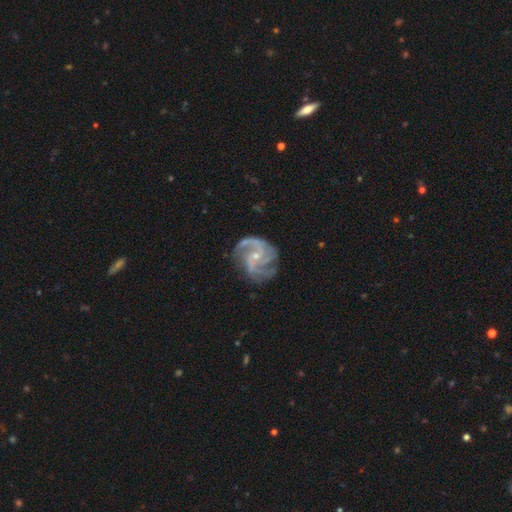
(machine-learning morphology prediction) Overall: featured or disk (91%). Edge-on disk: no (98%). Bar: no (55%; weak 35%). Spiral arms: yes (98%). Spiral arm count: 3 (43%; 2 27%). Spiral winding: medium (55%; tight 30%). Bulge size: small (75%). Merging: none (72%).